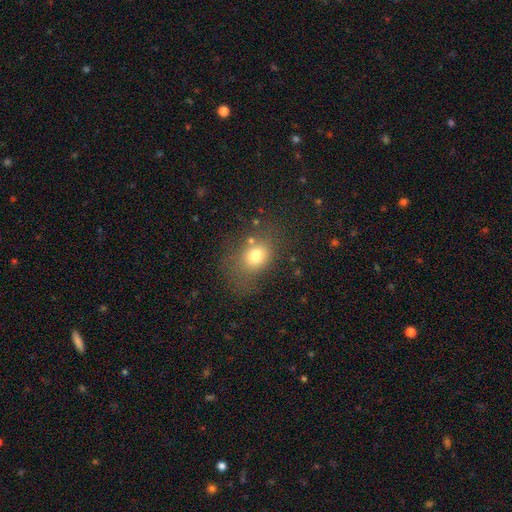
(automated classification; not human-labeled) A smooth galaxy with no disk features (74%) that is round (52%).

Vote fractions:
- Smooth or featured? smooth: 74% / star or artifact: 14% / featured or disk: 12%
- How rounded? round: 52% / in between: 47% / cigar-shaped: 1%
- Merging? none: 63% / minor disturbance: 19% / major disturbance: 12% / merger: 6%